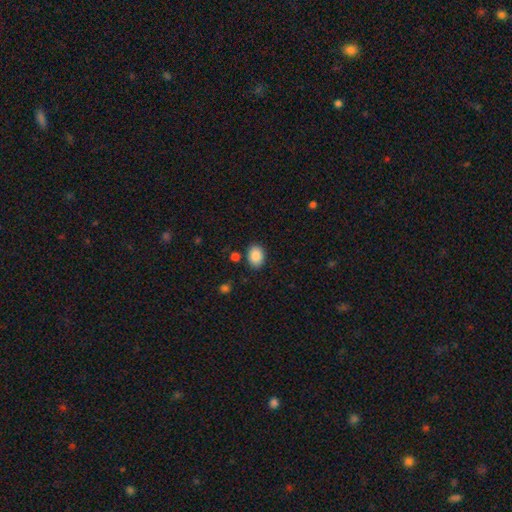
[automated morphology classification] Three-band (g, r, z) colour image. It shows a smooth galaxy with no disk features (88%) that is in between round and cigar-shaped (74%). Merging: none (86%).